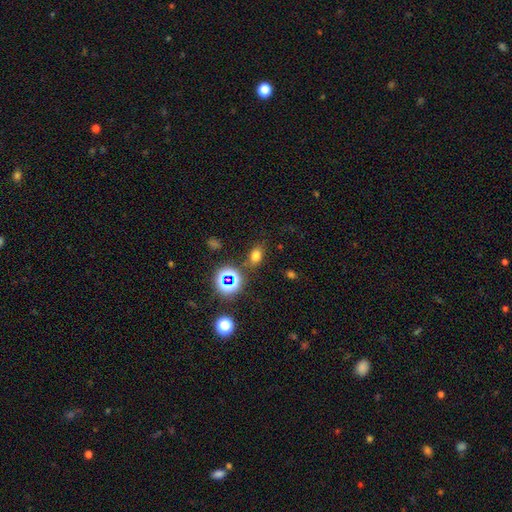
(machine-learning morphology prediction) Overall: smooth (69%). How rounded: in between (74%). Merging: none (80%).